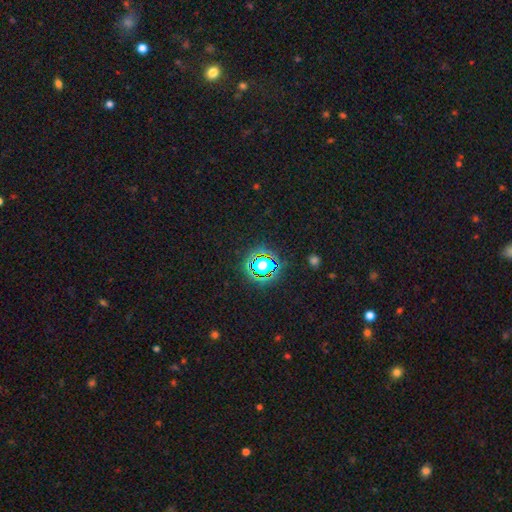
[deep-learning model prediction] Smooth or featured? Predicted: star or artifact (p=0.80).